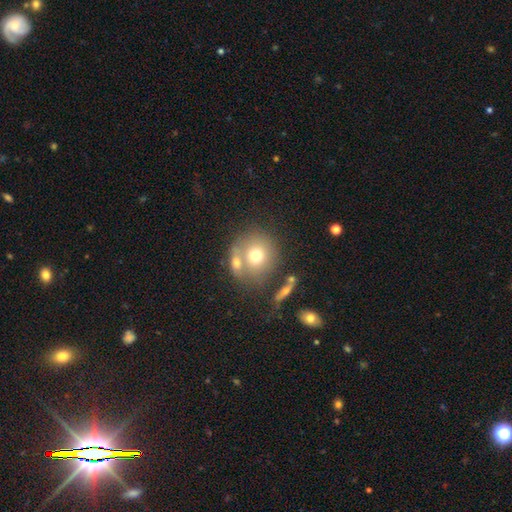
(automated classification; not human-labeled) This appears to be a smooth galaxy with no disk features (69%) that is round (86%). Merging: none (49%).